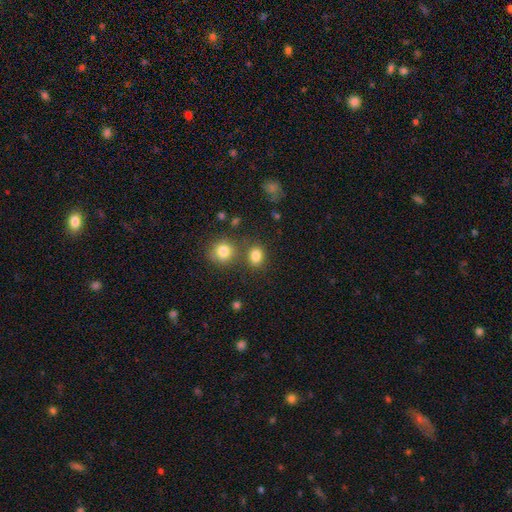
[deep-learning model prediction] This appears to be a smooth galaxy with no disk features (83%) that is round (57%). Merging: none (69%).